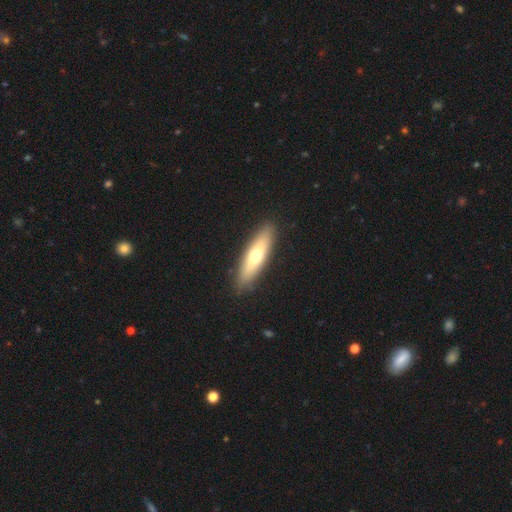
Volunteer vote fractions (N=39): Volunteers were most divided on "smooth or featured": smooth: 56%, featured or disk: 38%, star or artifact: 5%. More confident: merging — none (86%); how rounded — cigar-shaped (82%).